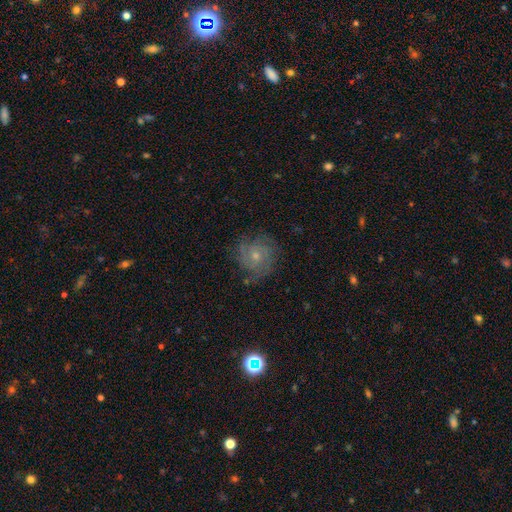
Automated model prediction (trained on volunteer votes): Smooth or featured? Predicted: featured or disk (p=0.64). Edge-on disk? Predicted: no (p=0.97). Bar? Predicted: no (p=0.81). Spiral arms? Predicted: yes (p=0.86). Spiral winding? Predicted: tight (p=0.56). Spiral arm count? Predicted: can't tell (p=0.38). Bulge size? Predicted: small (p=0.56). Merging? Predicted: none (p=0.71).